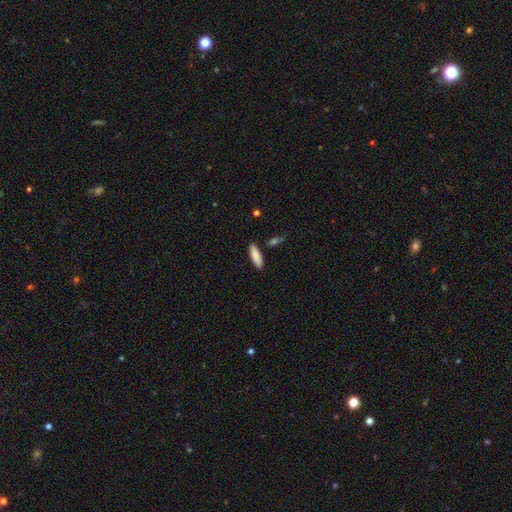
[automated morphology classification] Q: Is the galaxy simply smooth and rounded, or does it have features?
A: smooth — 87%.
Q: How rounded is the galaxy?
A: cigar-shaped — 53%.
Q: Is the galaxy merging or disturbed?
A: none — 85%.